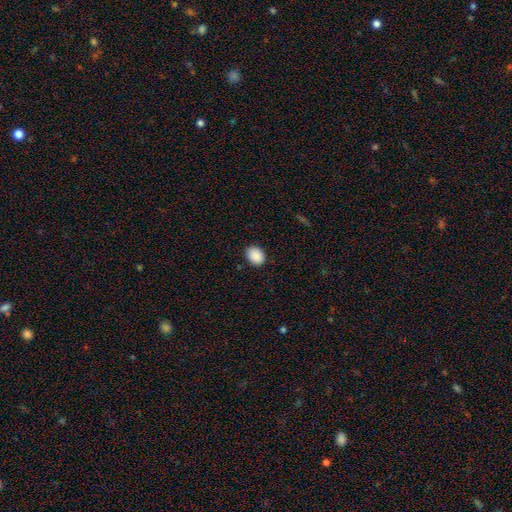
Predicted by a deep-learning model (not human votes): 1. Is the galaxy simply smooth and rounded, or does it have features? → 90% smooth, 8% star or artifact, 3% featured or disk.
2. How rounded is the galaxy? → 60% in between, 39% round, 1% cigar-shaped.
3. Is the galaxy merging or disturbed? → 86% none, 11% minor disturbance, 2% major disturbance, 1% merger.